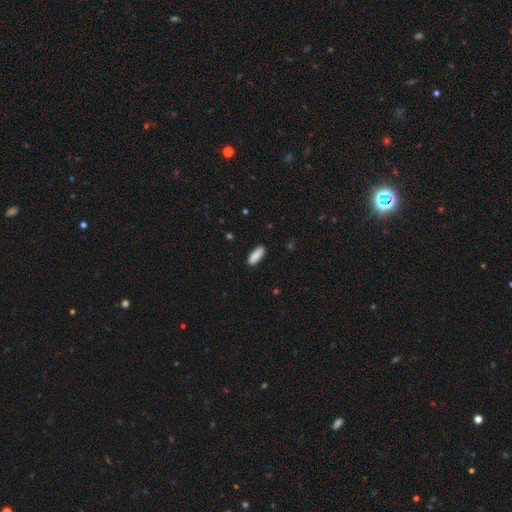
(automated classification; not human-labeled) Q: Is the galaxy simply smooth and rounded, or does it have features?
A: smooth — 87%.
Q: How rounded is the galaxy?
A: in between — 69%.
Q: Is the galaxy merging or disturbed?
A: none — 88%.